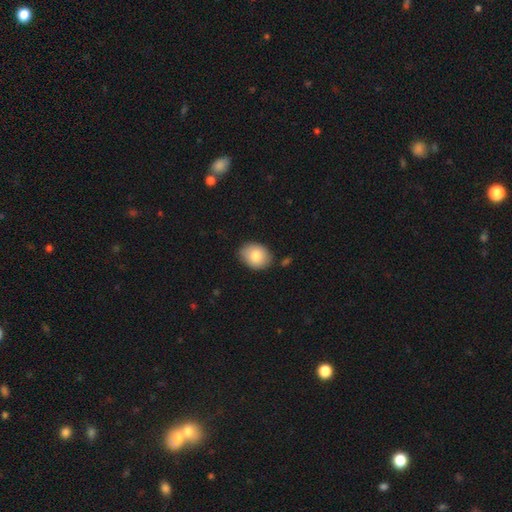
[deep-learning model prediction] smooth_or_featured: smooth (p=0.82) [alt: featured or disk p=0.11]
how_rounded: in between (p=0.61) [alt: round p=0.38]
merging: none (p=0.80) [alt: minor disturbance p=0.15]